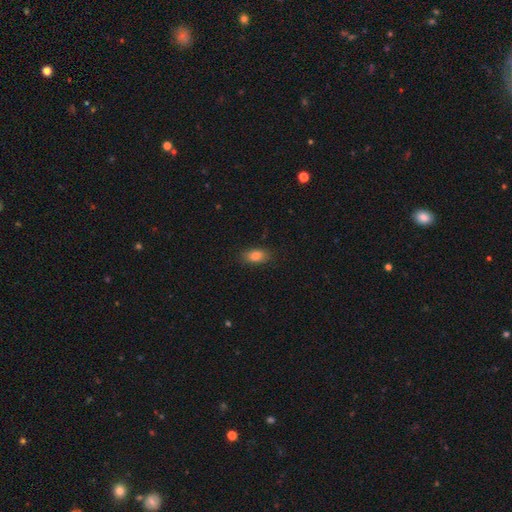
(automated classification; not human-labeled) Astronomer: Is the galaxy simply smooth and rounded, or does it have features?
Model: smooth — 84%.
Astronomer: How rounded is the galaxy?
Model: in between — 88%.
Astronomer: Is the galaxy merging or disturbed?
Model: none — 85%.